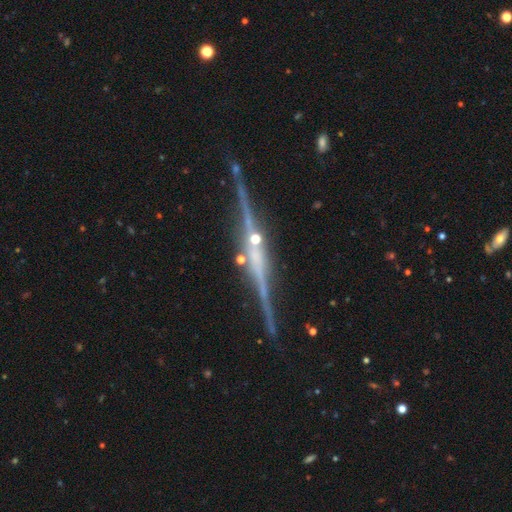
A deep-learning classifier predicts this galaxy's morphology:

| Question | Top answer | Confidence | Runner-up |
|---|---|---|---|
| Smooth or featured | featured or disk | 85% | star or artifact (8%) |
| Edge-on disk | yes | 98% | no (2%) |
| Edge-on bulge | rounded | 59% | none (30%) |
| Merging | none | 86% | minor disturbance (8%) |